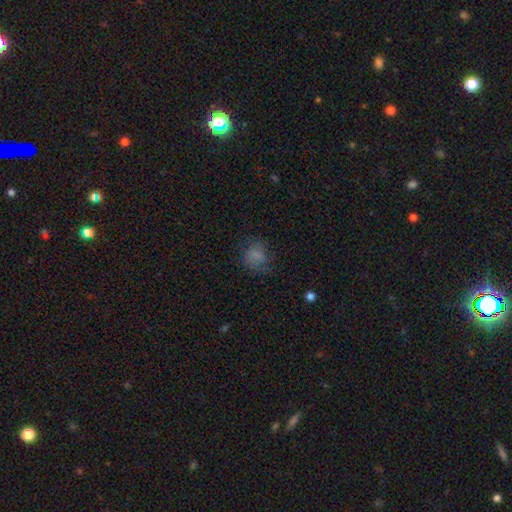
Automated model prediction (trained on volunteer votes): This is likely a smooth galaxy (75%). How rounded: likely round (69%). Merging: likely none (65%).